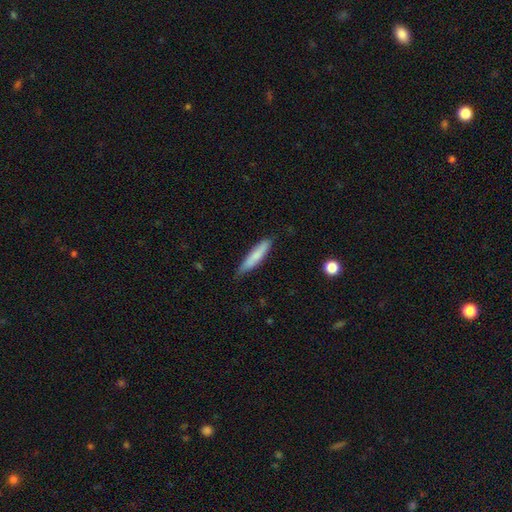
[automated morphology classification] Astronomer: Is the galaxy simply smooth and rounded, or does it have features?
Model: smooth — 75%.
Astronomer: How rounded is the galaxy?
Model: cigar-shaped — 86%.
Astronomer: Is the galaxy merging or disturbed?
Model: none — 75%.